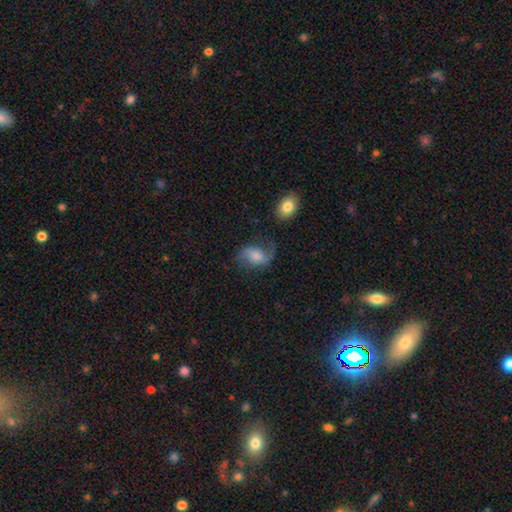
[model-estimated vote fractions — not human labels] Morphology: type=featured or disk (61%); edge-on=no (97%); bar=no (43%, tied with weak); spiral arms=yes (90%); winding=loose (63%); arm count=2 (84%); bulge=moderate (33%); merging=none (55%).